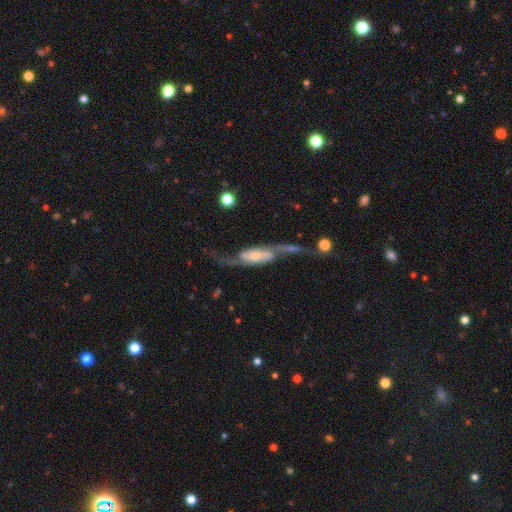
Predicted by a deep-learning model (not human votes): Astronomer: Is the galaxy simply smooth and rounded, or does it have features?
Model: featured or disk — 83%.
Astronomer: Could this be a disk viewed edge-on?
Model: no — 84%.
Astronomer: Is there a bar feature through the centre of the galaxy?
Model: no — 35% (runner-up: weak, 34%).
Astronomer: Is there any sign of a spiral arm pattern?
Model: yes — 92%.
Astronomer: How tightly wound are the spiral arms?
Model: loose — 73%.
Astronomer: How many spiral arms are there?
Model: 2 — 91%.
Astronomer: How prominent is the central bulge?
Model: small — 45% (runner-up: moderate, 38%).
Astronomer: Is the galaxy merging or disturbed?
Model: none — 48% (runner-up: major disturbance, 24%).